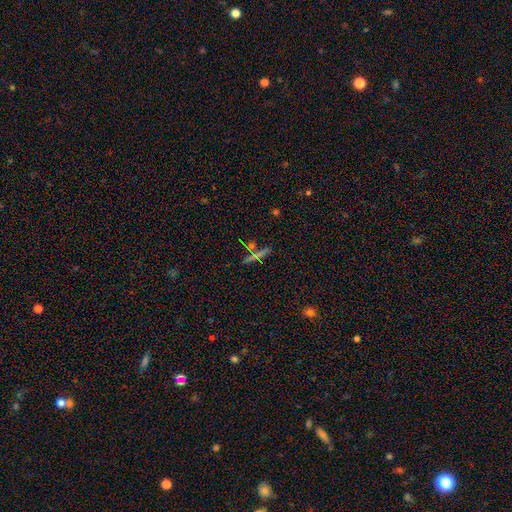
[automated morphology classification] smooth-or-featured: smooth: 42% | featured or disk: 38% | star or artifact: 20%
  merging: none: 80% | minor disturbance: 9% | merger: 8% | major disturbance: 3%